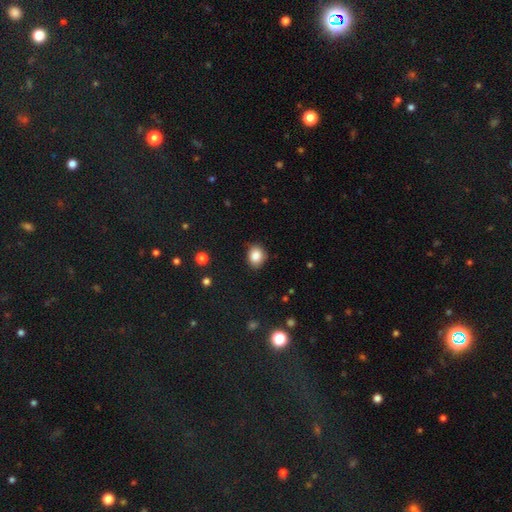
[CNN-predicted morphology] smooth_or_featured: smooth (p=0.86) [alt: star or artifact p=0.09]
how_rounded: round (p=0.60) [alt: in between p=0.39]
merging: none (p=0.84) [alt: minor disturbance p=0.12]